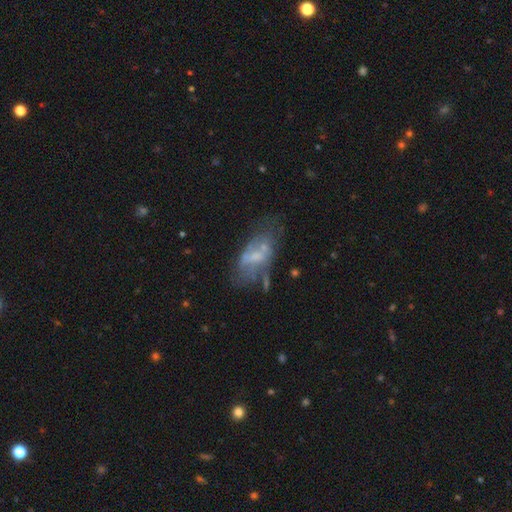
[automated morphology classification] Smooth or featured: featured or disk — 56% (smooth — 32%)
Edge-on disk: no — 93% (yes — 7%)
Bar: no — 64% (weak — 28%)
Spiral arms: no — 73% (yes — 27%)
Bulge size: small — 37% (none — 33%)
Merging: none — 35% (major disturbance — 27%)